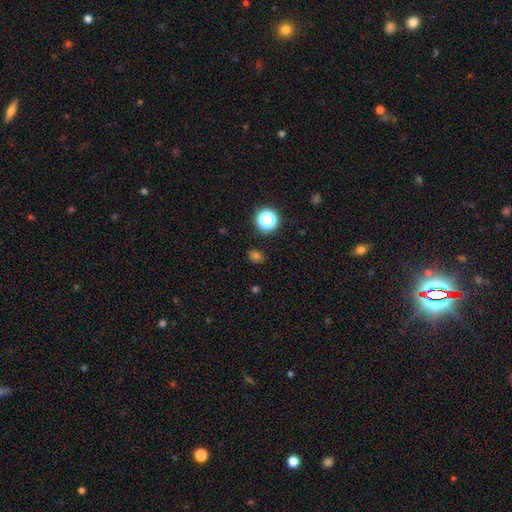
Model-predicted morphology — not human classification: smooth 60%, star or artifact 35%, featured or disk 5%. Down the decision tree: how rounded — round (68%); merging — none (85%).